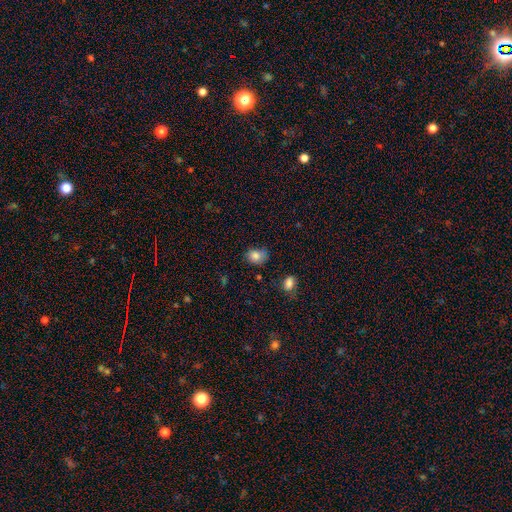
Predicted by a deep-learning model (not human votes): Smooth or featured? Predicted: smooth (p=0.82). How rounded? Predicted: in between (p=0.56). Merging? Predicted: none (p=0.59).